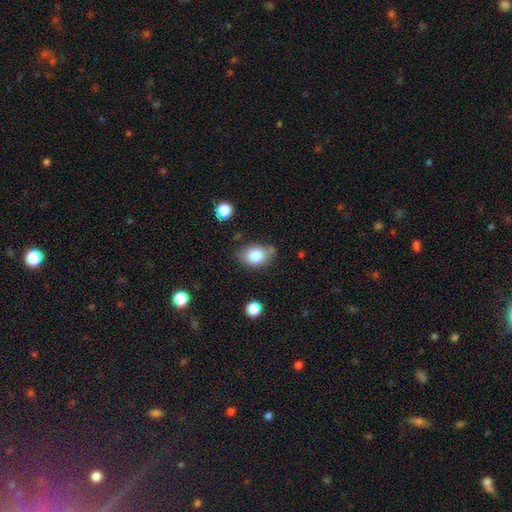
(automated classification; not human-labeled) Smooth or featured? smooth (82%)
How rounded? in between (73%)
Merging? none (70%)